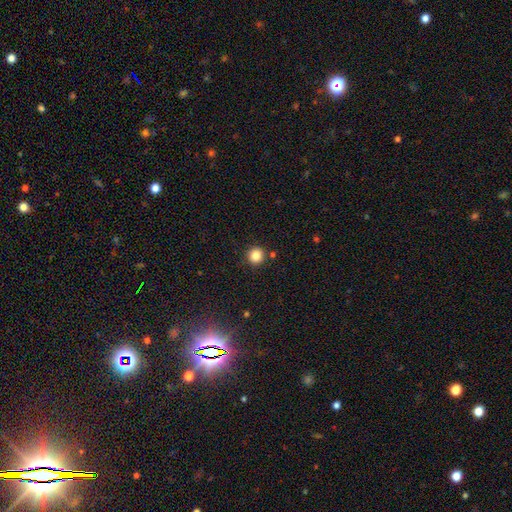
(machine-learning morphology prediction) Smooth or featured? Predicted: smooth (p=0.84). How rounded? Predicted: round (p=0.94). Merging? Predicted: none (p=0.88).